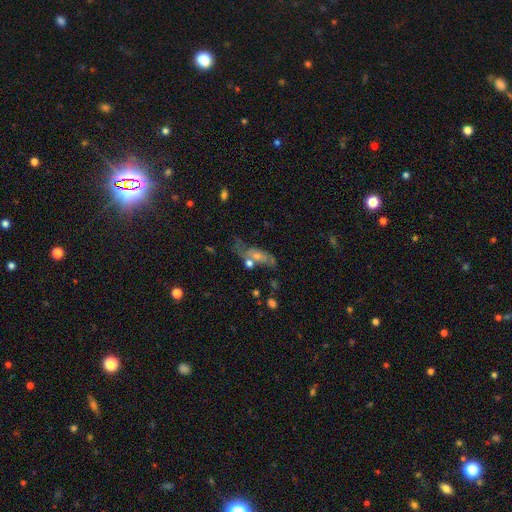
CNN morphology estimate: This appears to be a featured or disk galaxy (53%). Merging: none (38%).